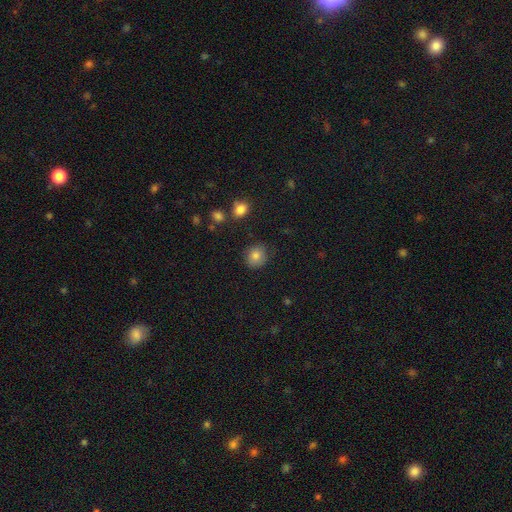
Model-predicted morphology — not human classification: A smooth galaxy with no disk features (82%) that is round (79%). Merging: none (83%).